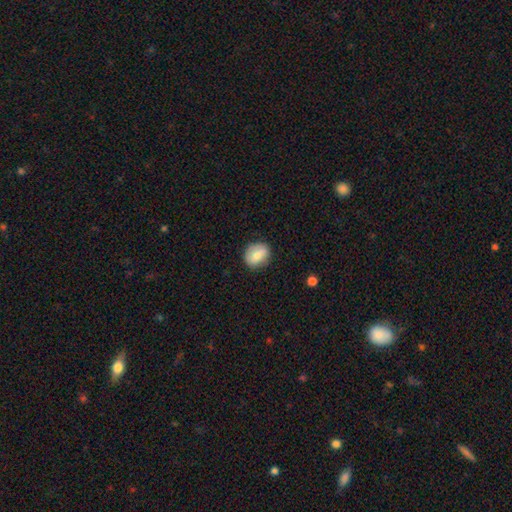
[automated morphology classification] Overall: smooth (74%). How rounded: round (53%; in between 46%). Merging: none (83%).